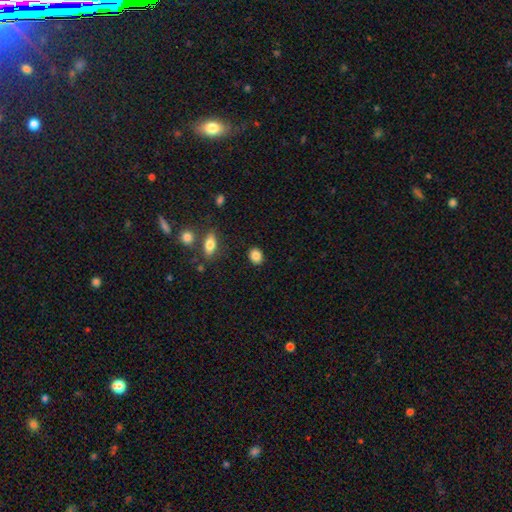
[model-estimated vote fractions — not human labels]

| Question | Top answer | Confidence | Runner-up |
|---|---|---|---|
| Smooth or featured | smooth | 86% | star or artifact (8%) |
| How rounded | in between | 50% | round (49%) |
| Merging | none | 88% | minor disturbance (8%) |